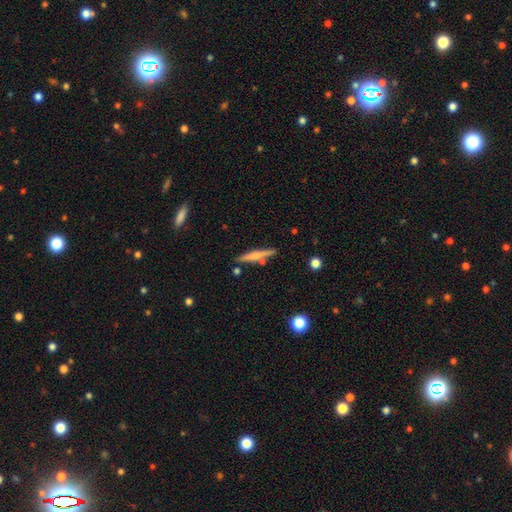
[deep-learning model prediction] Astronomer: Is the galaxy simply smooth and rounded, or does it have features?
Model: smooth — 53% (runner-up: featured or disk, 41%).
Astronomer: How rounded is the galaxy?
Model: cigar-shaped — 92%.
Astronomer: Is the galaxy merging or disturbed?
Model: none — 79%.